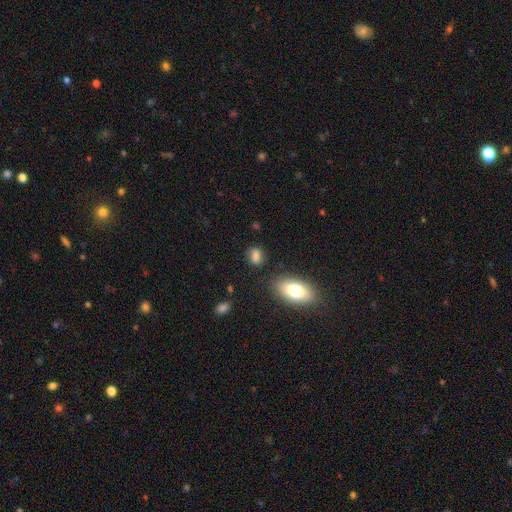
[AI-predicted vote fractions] A smooth galaxy with no disk features (80%) that is in between round and cigar-shaped (73%). Merging: none (74%).